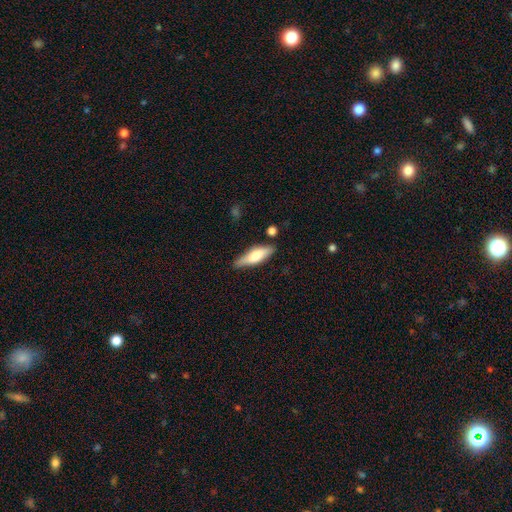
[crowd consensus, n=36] Smooth or featured: featured or disk — 53% (smooth — 42%)
Edge-on disk: yes — 100%
Edge-on bulge: rounded — 74% (boxy — 16%)
Merging: none — 74% (minor disturbance — 26%)